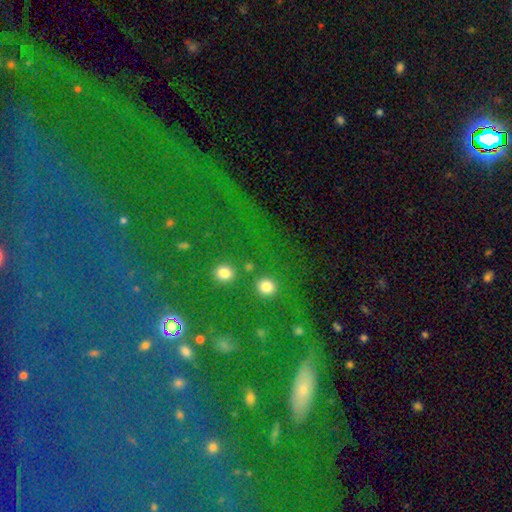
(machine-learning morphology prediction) This appears to be a star or artifact, not a galaxy (63%).